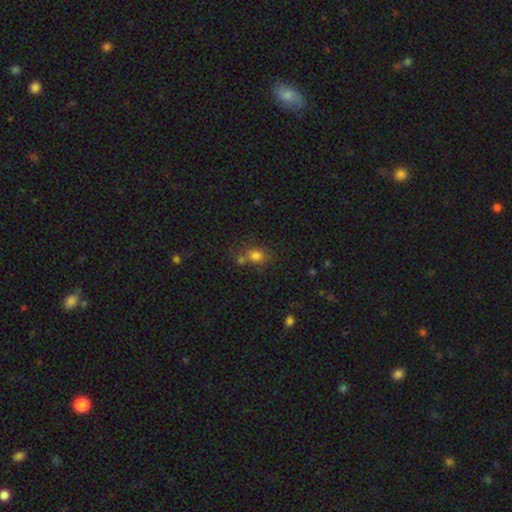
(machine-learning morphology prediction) smooth-or-featured: smooth: 76% | star or artifact: 15% | featured or disk: 9%
  how-rounded: round: 57% | in between: 42% | cigar-shaped: 2%
  merging: none: 51% | merger: 27% | minor disturbance: 15% | major disturbance: 7%